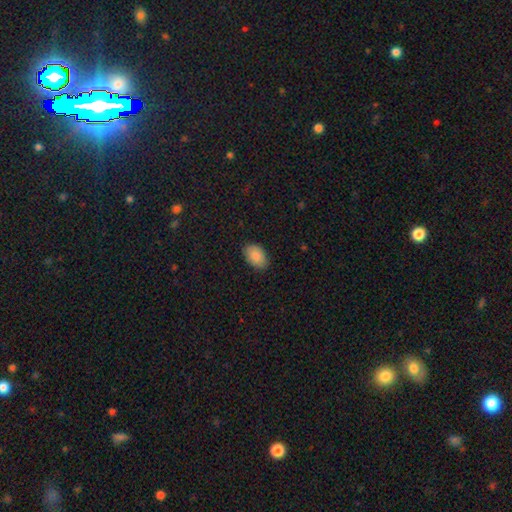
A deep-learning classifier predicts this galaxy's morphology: Smooth or featured? Predicted: smooth (p=0.89). How rounded? Predicted: in between (p=0.90). Merging? Predicted: none (p=0.86).